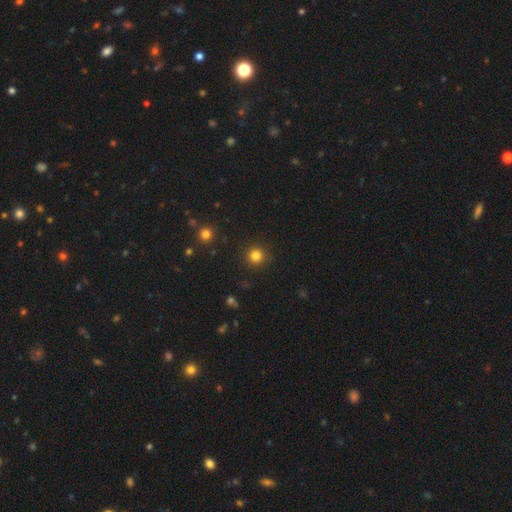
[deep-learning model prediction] Q: Smooth or featured?
A: smooth (82%); runner-up: star or artifact (13%)
Q: How rounded?
A: round (94%); runner-up: in between (5%)
Q: Merging?
A: none (90%); runner-up: minor disturbance (6%)